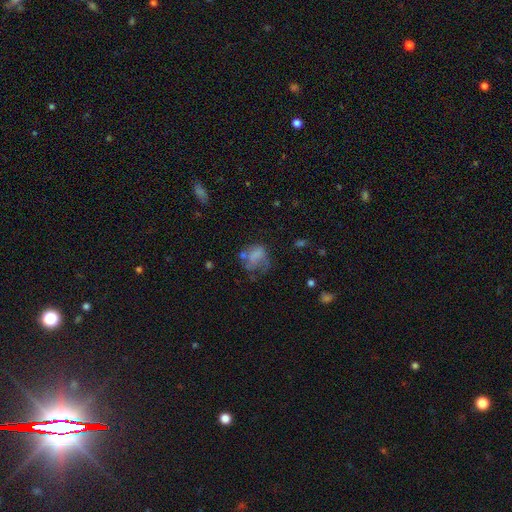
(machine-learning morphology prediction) This appears to be a smooth galaxy with no disk features (56%) that is in between round and cigar-shaped (57%). Merging: major disturbance (37%).